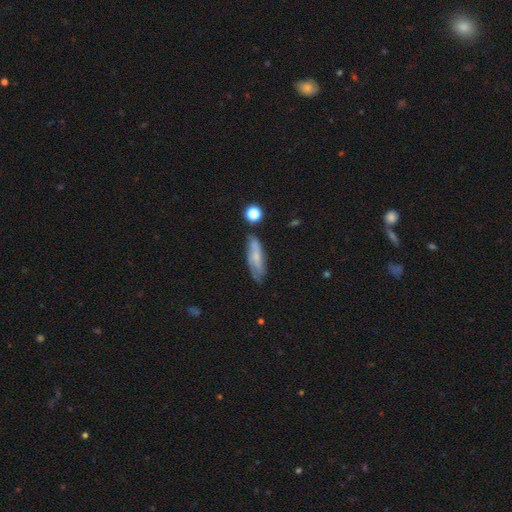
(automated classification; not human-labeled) Smooth or featured? smooth (49%)
Merging? none (64%)